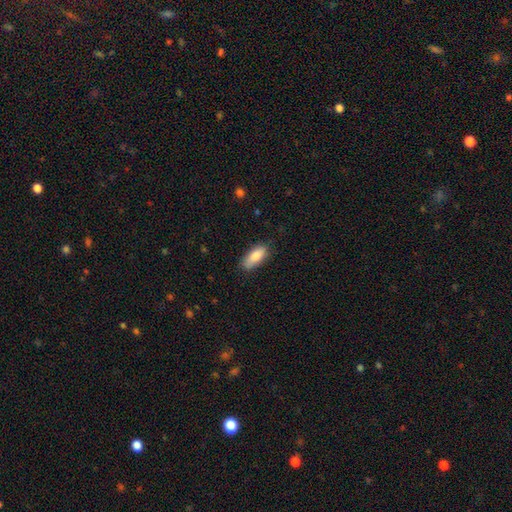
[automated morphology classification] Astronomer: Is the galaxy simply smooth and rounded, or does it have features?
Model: smooth — 83%.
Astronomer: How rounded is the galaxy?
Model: in between — 81%.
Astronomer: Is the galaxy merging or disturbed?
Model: none — 79%.